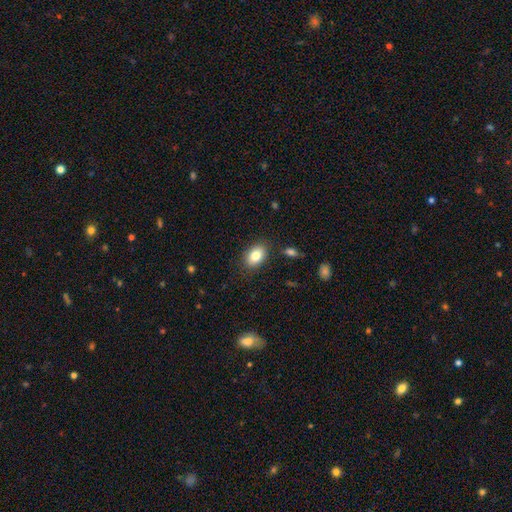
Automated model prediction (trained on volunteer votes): smooth_or_featured: smooth (p=0.82) [alt: featured or disk p=0.10]
how_rounded: in between (p=0.84) [alt: round p=0.14]
merging: none (p=0.85) [alt: minor disturbance p=0.10]